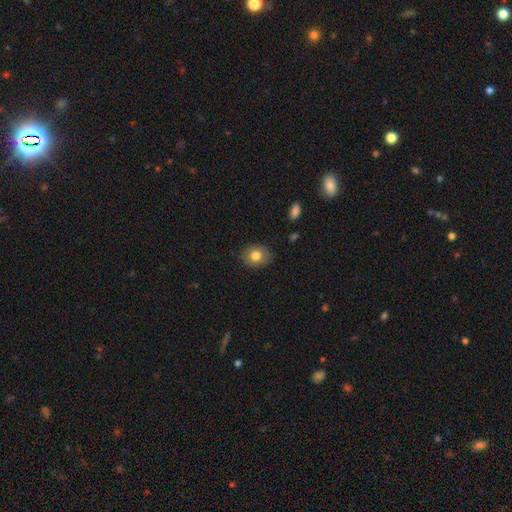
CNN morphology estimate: smooth-or-featured: smooth: 79% | featured or disk: 12% | star or artifact: 9%
  how-rounded: in between: 50% | round: 49% | cigar-shaped: 1%
  merging: none: 86% | minor disturbance: 11% | major disturbance: 2% | merger: 1%